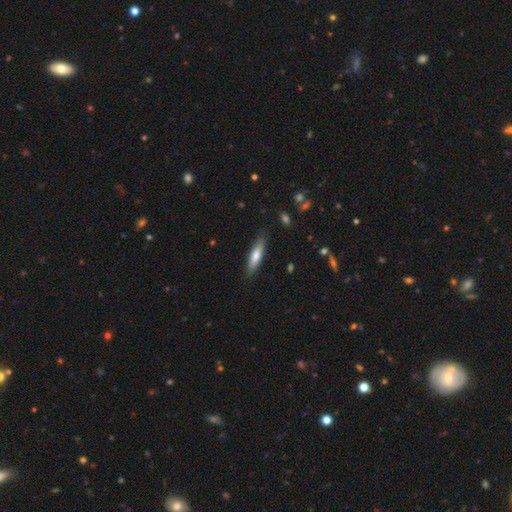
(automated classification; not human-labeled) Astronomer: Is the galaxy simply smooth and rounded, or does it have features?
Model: smooth — 70%.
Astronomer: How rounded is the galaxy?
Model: cigar-shaped — 68%.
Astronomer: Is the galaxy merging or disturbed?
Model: none — 84%.